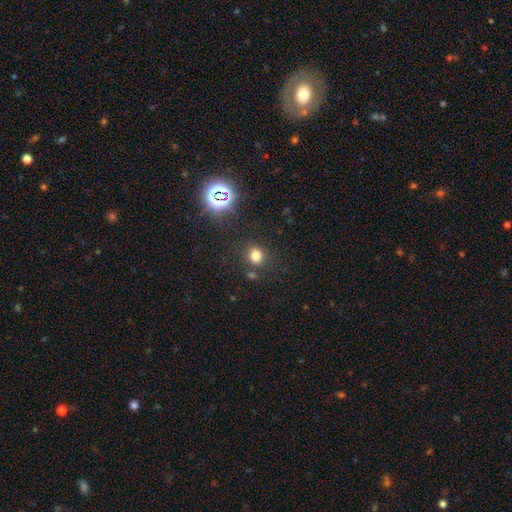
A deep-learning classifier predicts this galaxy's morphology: Smooth or featured: smooth — 75% (star or artifact — 19%)
How rounded: round — 68% (in between — 31%)
Merging: none — 80% (minor disturbance — 10%)